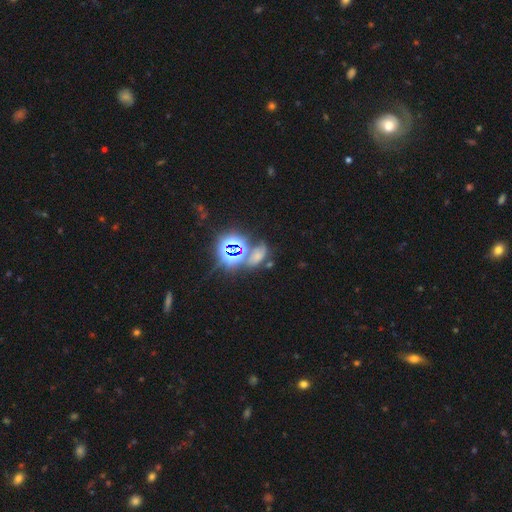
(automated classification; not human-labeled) smooth_or_featured: star or artifact (p=0.73) [alt: smooth p=0.17]